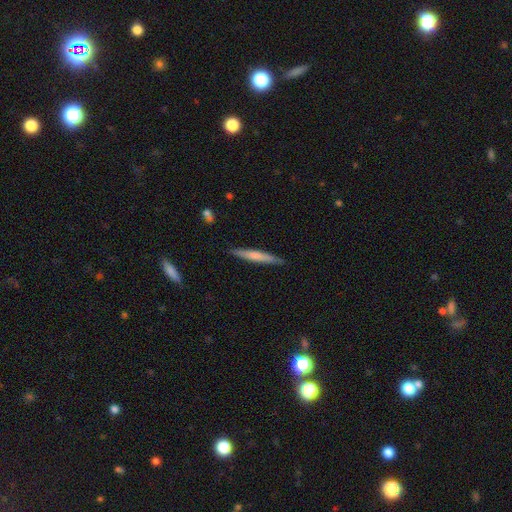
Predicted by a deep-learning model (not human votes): Smooth or featured: smooth — 61% (featured or disk — 34%)
How rounded: cigar-shaped — 95% (in between — 4%)
Merging: none — 89% (minor disturbance — 8%)